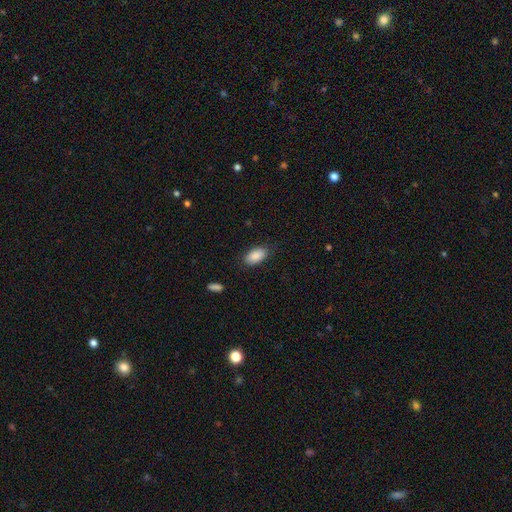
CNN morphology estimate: This appears to be a smooth galaxy with no disk features (88%) that is in between round and cigar-shaped (93%). Merging: none (81%).